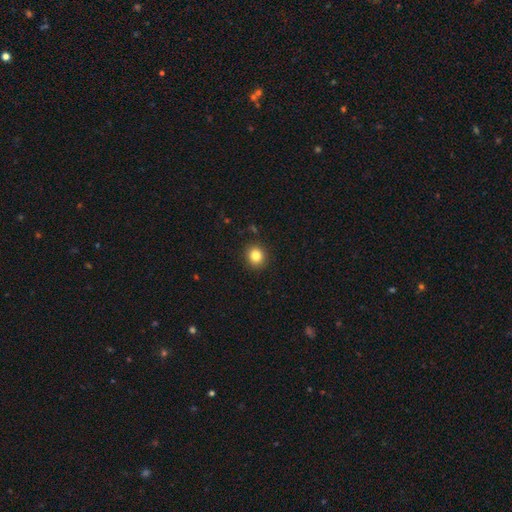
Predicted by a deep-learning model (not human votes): This appears to be a smooth galaxy with no disk features (83%) that is round (84%). Merging: none (90%).